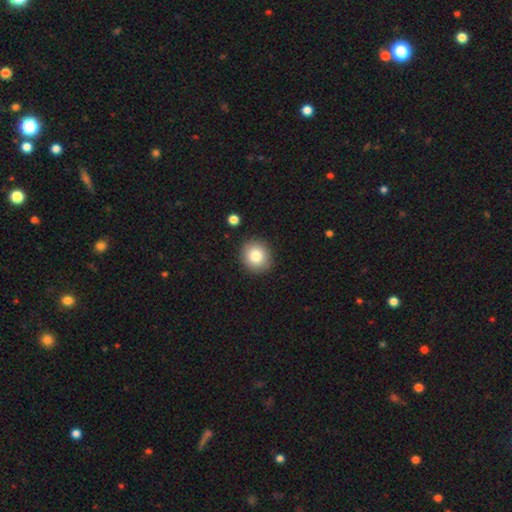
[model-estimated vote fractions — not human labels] Smooth or featured: smooth — 82% (star or artifact — 9%)
How rounded: round — 85% (in between — 14%)
Merging: none — 90% (minor disturbance — 7%)